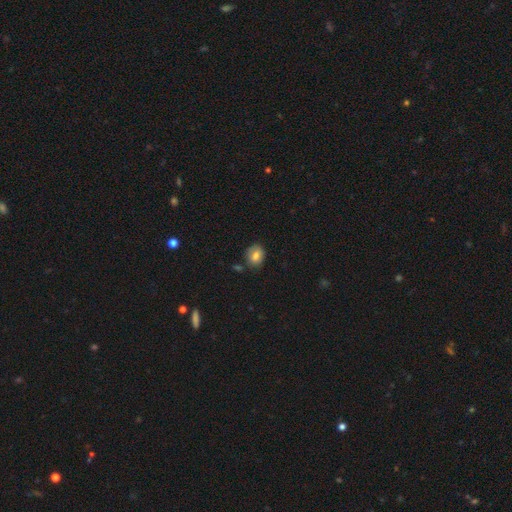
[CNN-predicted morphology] type=smooth (75%); roundness=round (50%); merging=none (70%).